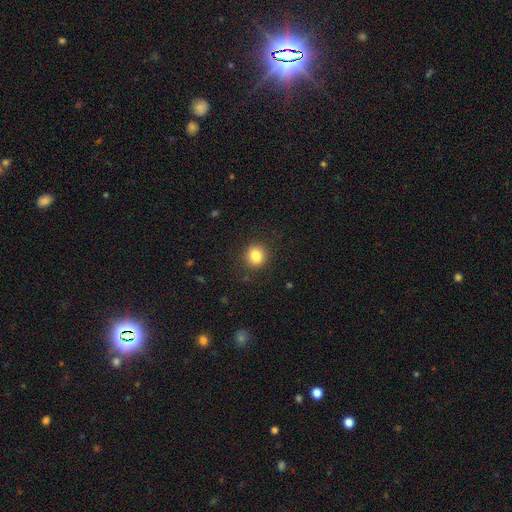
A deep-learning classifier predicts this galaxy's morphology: This appears to be a smooth galaxy with no disk features (84%) that is round (82%). Merging: none (88%).